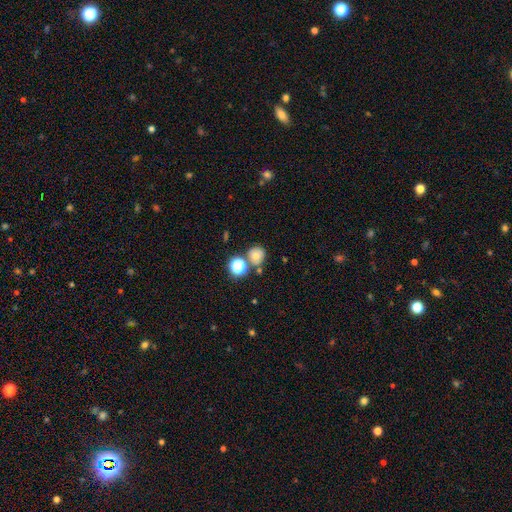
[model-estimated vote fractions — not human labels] smooth_or_featured: smooth (p=0.64) [alt: star or artifact p=0.19]
how_rounded: round (p=0.85) [alt: in between p=0.14]
merging: none (p=0.68) [alt: merger p=0.17]